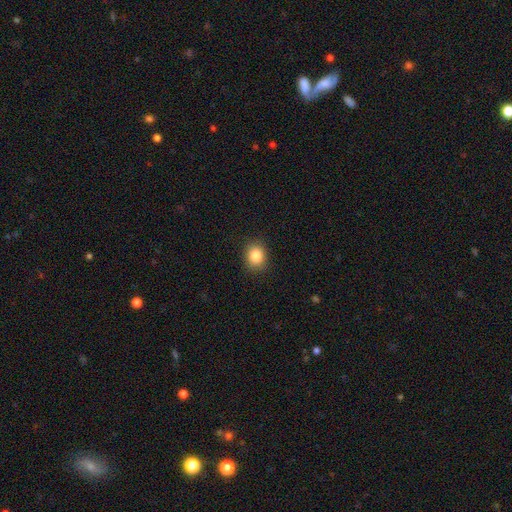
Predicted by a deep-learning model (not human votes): Overall: smooth (85%). How rounded: round (66%; in between 33%). Merging: none (88%).